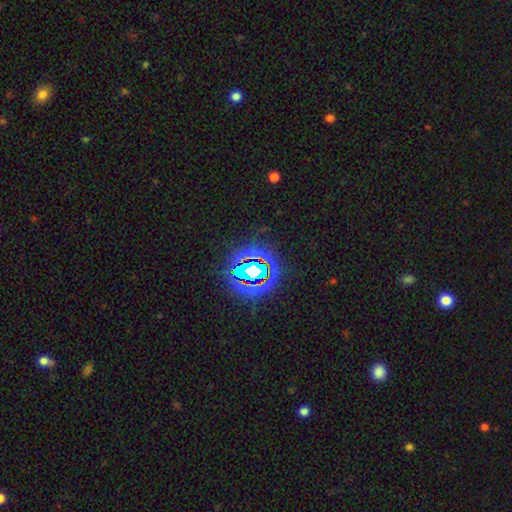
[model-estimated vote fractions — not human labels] Smooth or featured? Predicted: star or artifact (p=0.82).